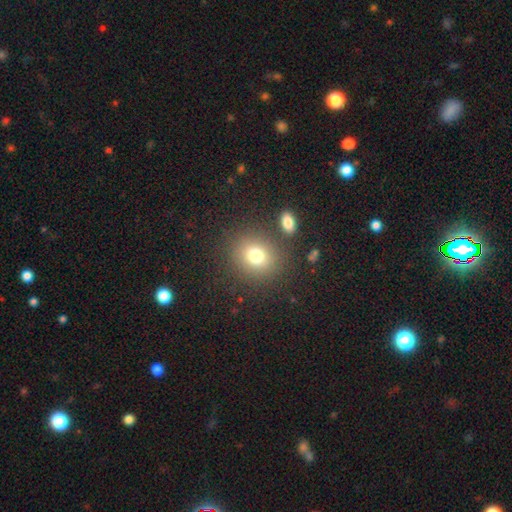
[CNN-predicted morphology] smooth 76%, star or artifact 14%, featured or disk 10%. Down the decision tree: how rounded — round (78%); merging — none (82%).